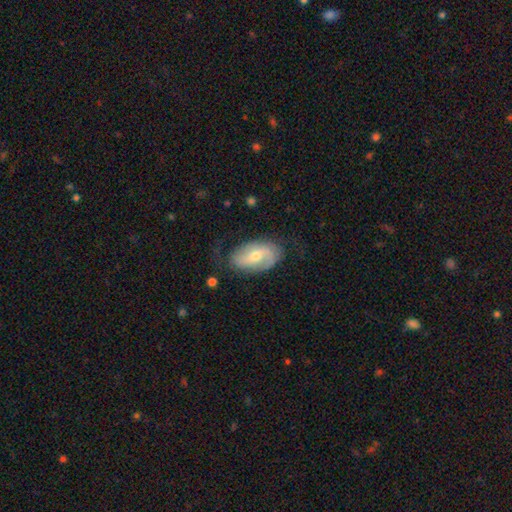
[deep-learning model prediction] A featured or disk galaxy (65%) with a weak bar (43%), 2 (81%) loose (47%) spiral arms (85%) and a moderate central bulge (58%). Merging: none (67%).